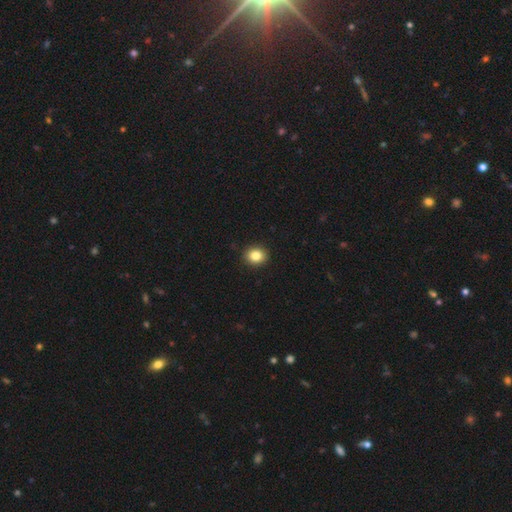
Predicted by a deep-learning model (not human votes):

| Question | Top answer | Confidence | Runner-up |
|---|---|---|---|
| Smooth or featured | smooth | 84% | star or artifact (10%) |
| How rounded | round | 70% | in between (29%) |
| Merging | none | 92% | minor disturbance (5%) |